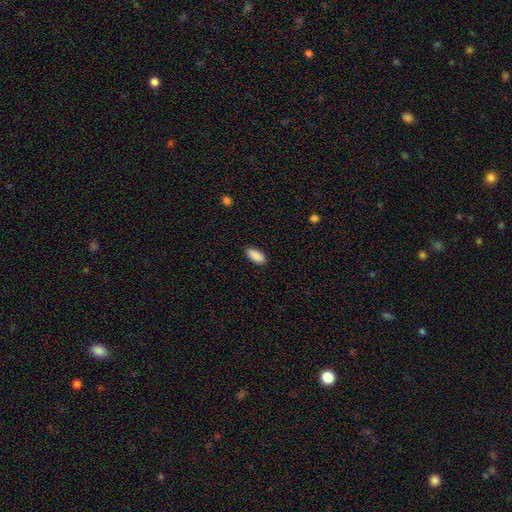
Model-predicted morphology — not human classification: This is clearly a smooth galaxy (90%). How rounded: clearly in between (85%). Merging: clearly none (89%).